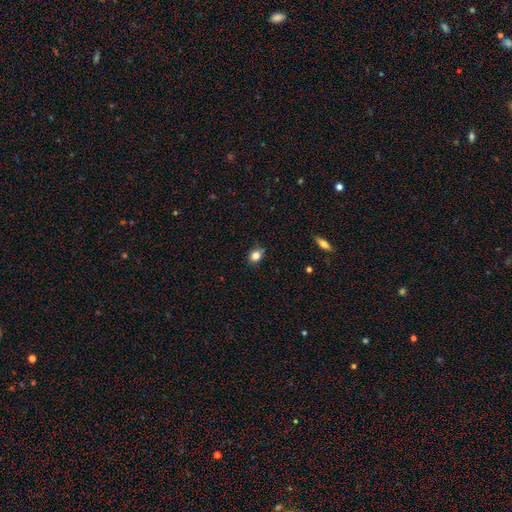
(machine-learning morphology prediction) Q: Smooth or featured?
A: smooth (82%); runner-up: star or artifact (11%)
Q: How rounded?
A: round (60%); runner-up: in between (39%)
Q: Merging?
A: none (80%); runner-up: minor disturbance (16%)